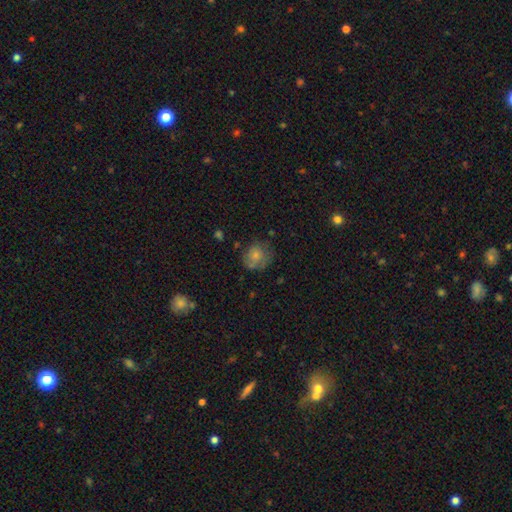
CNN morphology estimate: A smooth galaxy with no disk features (70%) that is round (77%).

Vote fractions:
- Smooth or featured? smooth: 70% / featured or disk: 21% / star or artifact: 9%
- How rounded? round: 77% / in between: 22% / cigar-shaped: 1%
- Merging? none: 60% / minor disturbance: 25% / major disturbance: 11% / merger: 4%